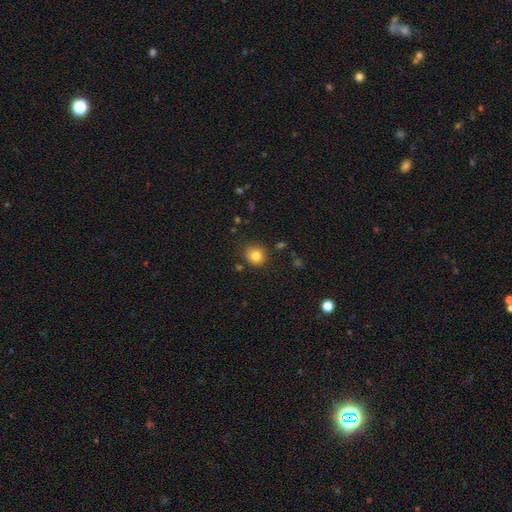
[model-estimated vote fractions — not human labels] Smooth or featured: smooth — 82% (star or artifact — 11%)
How rounded: round — 83% (in between — 16%)
Merging: none — 84% (minor disturbance — 11%)